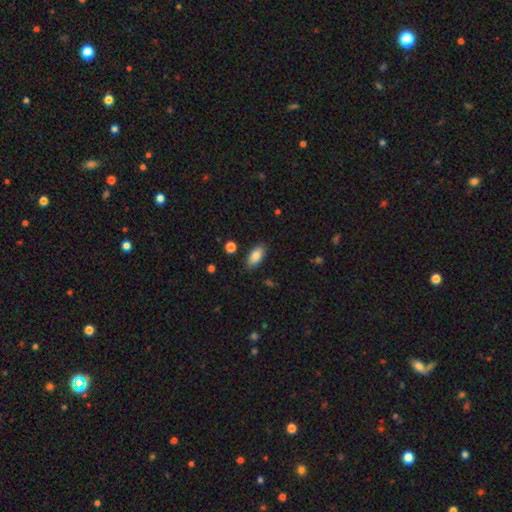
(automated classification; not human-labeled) Smooth or featured?
  - smooth: 85% *
  - featured or disk: 8%
  - star or artifact: 7%
How rounded?
  - in between: 90% *
  - cigar-shaped: 7%
  - round: 3%
Merging?
  - none: 86% *
  - minor disturbance: 10%
  - major disturbance: 2%
  - merger: 2%